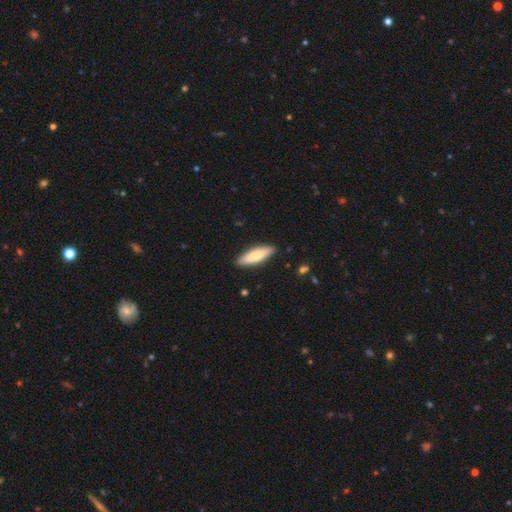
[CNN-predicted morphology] The model was most divided on "how rounded": cigar-shaped: 52%, in between: 46%, round: 2%. More confident: merging — none (89%); smooth or featured — smooth (71%).